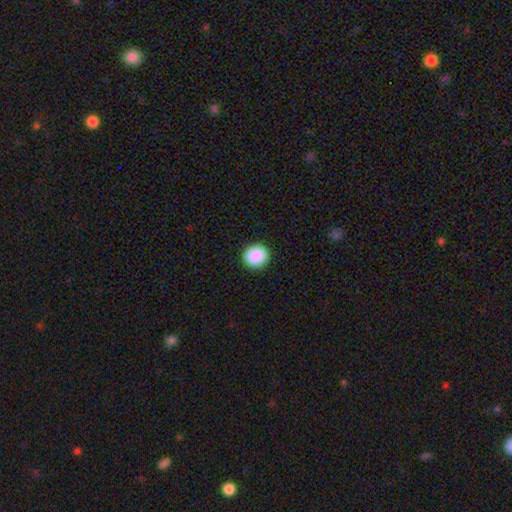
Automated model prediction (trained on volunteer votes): Smooth or featured: smooth — 90% (star or artifact — 8%)
How rounded: round — 85% (in between — 14%)
Merging: none — 92% (minor disturbance — 6%)